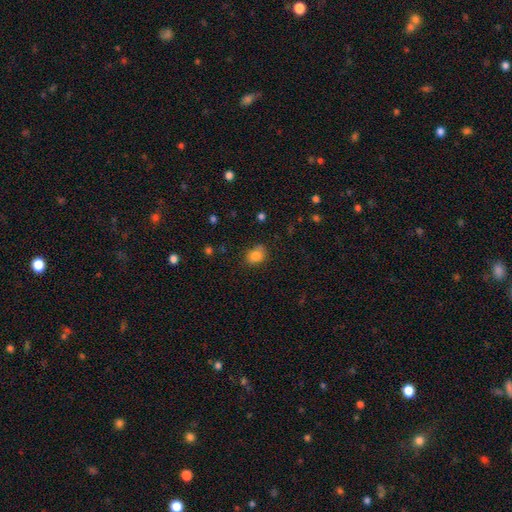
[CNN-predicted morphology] smooth_or_featured: smooth (p=0.83) [alt: star or artifact p=0.10]
how_rounded: round (p=0.52) [alt: in between p=0.47]
merging: none (p=0.75) [alt: minor disturbance p=0.19]